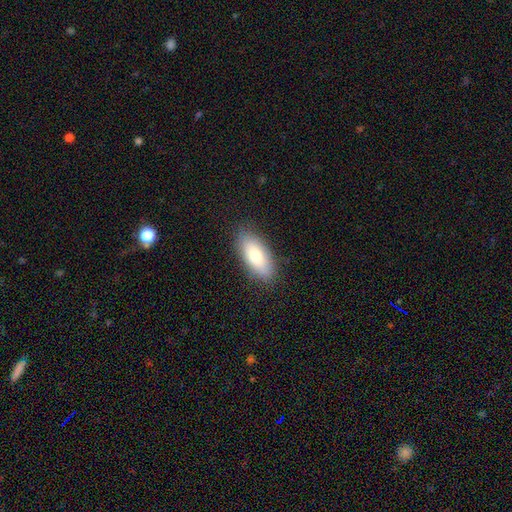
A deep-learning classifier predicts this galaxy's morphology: The model was most divided on "smooth or featured": smooth: 76%, featured or disk: 17%, star or artifact: 7%. More confident: how rounded — in between (86%); merging — none (84%).